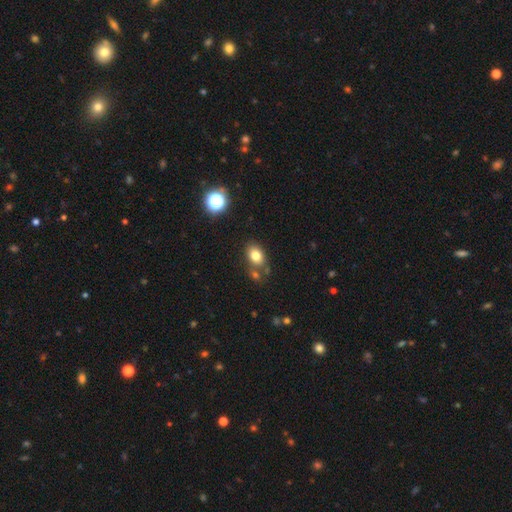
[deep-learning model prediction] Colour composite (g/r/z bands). It shows a smooth galaxy with no disk features (79%) that is in between round and cigar-shaped (74%). Merging: none (66%).